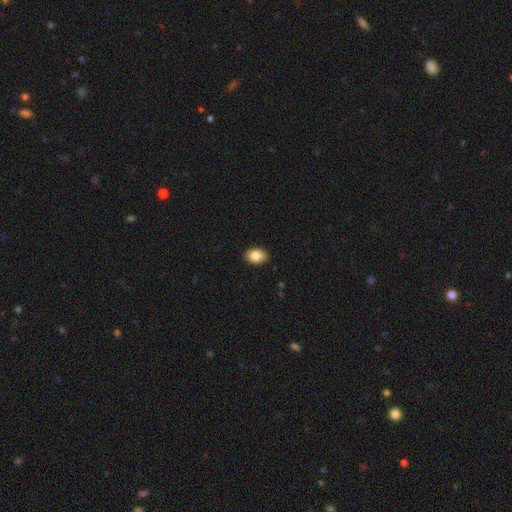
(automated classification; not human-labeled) smooth 86%, star or artifact 8%, featured or disk 6%. Down the decision tree: how rounded — in between (81%); merging — none (89%).